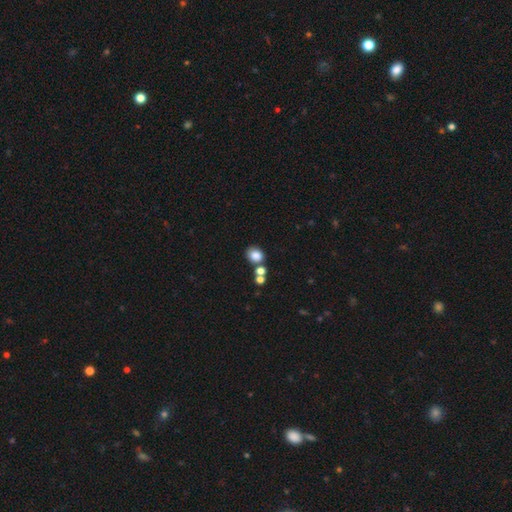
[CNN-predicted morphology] This appears to be a smooth galaxy with no disk features (81%) that is round (56%). Merging: none (57%).